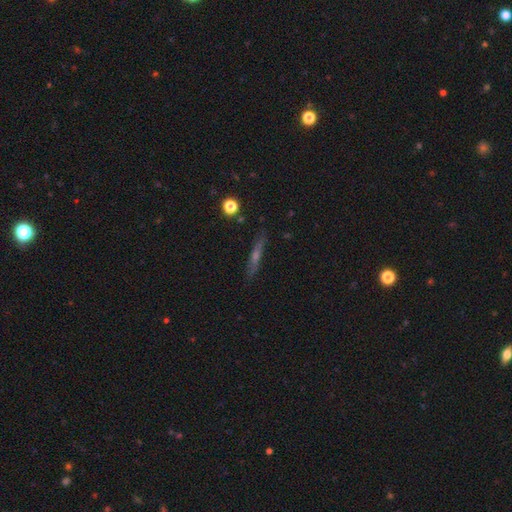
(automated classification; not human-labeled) Overall: featured or disk (55%; smooth 34%). Edge-on disk: yes (92%). Edge-on bulge: rounded (62%; none 32%). Merging: none (87%).